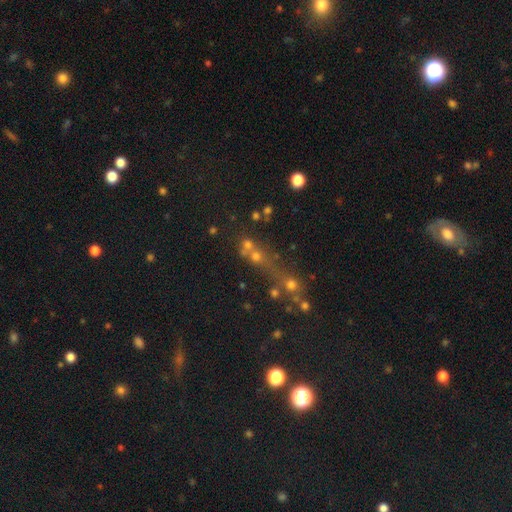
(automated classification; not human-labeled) This appears to be a smooth galaxy with no disk features (46%). Merging: merger (45%).